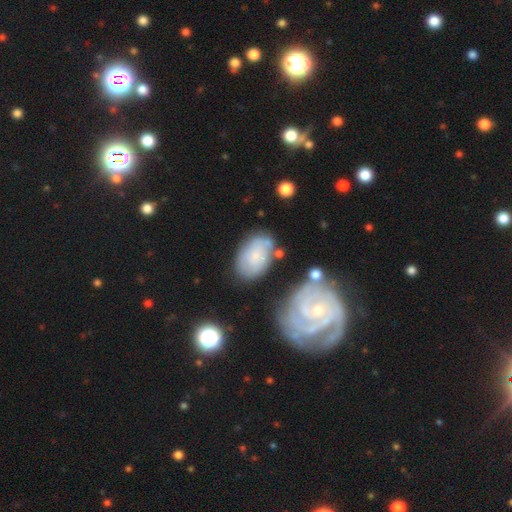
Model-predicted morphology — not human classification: Smooth or featured? Predicted: smooth (p=0.50). How rounded? Predicted: in between (p=0.89). Merging? Predicted: none (p=0.65).